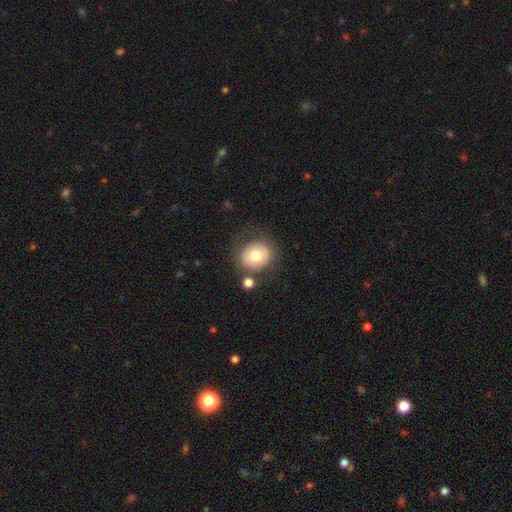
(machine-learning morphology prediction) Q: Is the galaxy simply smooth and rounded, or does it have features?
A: smooth — 71%.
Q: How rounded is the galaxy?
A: round — 81%.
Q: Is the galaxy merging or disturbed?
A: none — 72%.